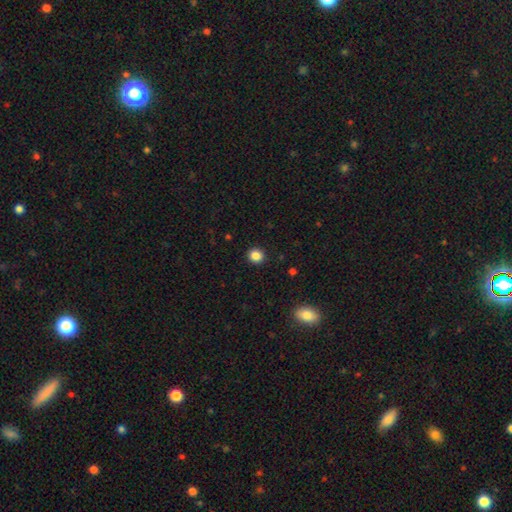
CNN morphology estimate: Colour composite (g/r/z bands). It shows a smooth galaxy with no disk features (86%) that is round (86%). Merging: none (92%).